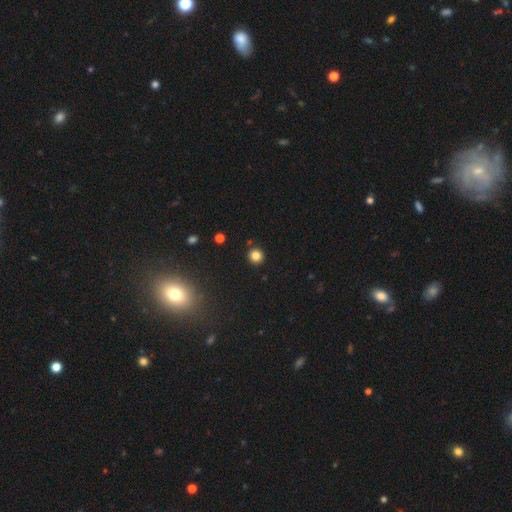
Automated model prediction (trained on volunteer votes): A smooth galaxy with no disk features (82%) that is round (93%).

Vote fractions:
- Smooth or featured? smooth: 82% / star or artifact: 13% / featured or disk: 5%
- How rounded? round: 93% / in between: 6% / cigar-shaped: 1%
- Merging? none: 90% / minor disturbance: 6% / merger: 3% / major disturbance: 2%